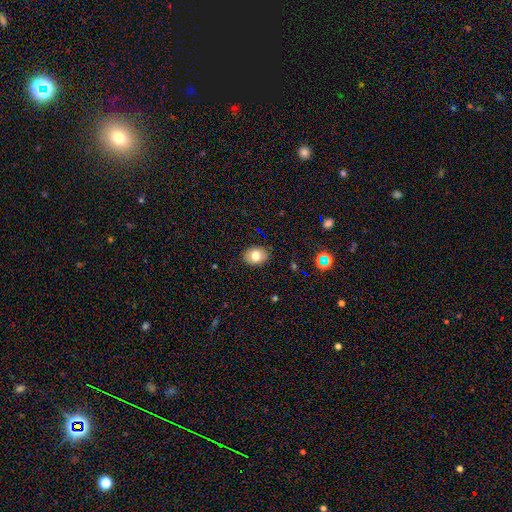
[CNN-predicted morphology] Q: Smooth or featured?
A: smooth (77%); runner-up: featured or disk (13%)
Q: How rounded?
A: in between (59%); runner-up: round (40%)
Q: Merging?
A: none (88%); runner-up: minor disturbance (9%)